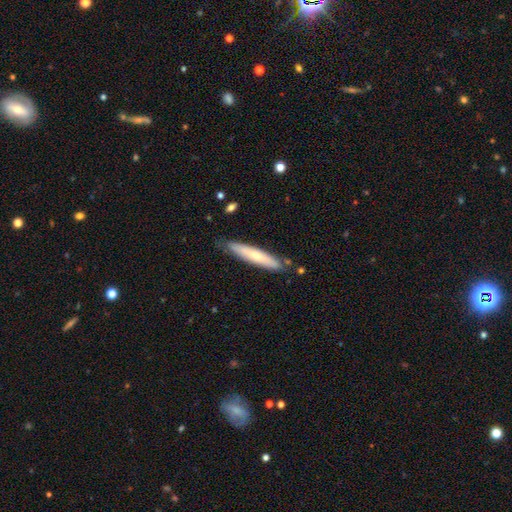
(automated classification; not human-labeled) smooth-or-featured: smooth: 60% | featured or disk: 34% | star or artifact: 6%
  how-rounded: cigar-shaped: 91% | in between: 8% | round: 1%
  merging: none: 81% | minor disturbance: 14% | merger: 2% | major disturbance: 2%